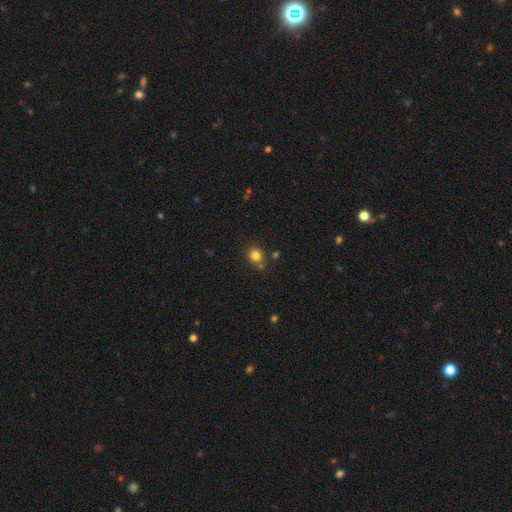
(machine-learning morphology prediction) Q: Smooth or featured?
A: smooth (81%); runner-up: star or artifact (13%)
Q: How rounded?
A: round (72%); runner-up: in between (28%)
Q: Merging?
A: none (73%); runner-up: minor disturbance (13%)